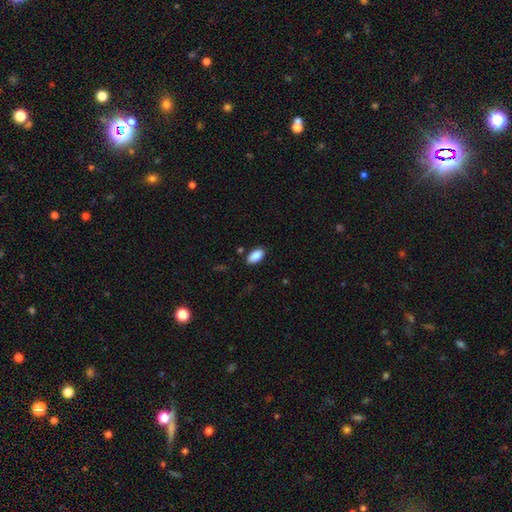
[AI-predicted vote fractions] smooth 89%, star or artifact 7%, featured or disk 4%. Down the decision tree: how rounded — in between (93%); merging — none (84%).